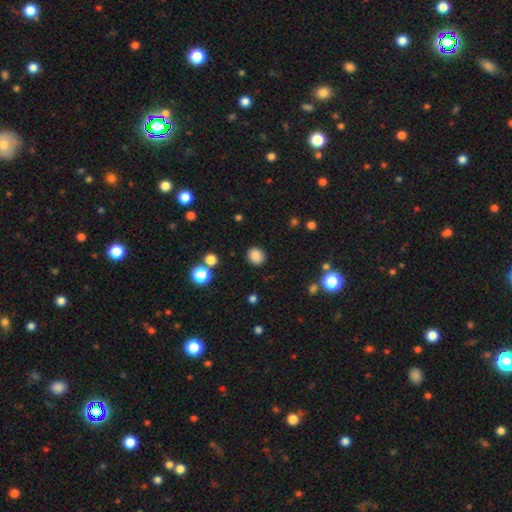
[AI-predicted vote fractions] smooth-or-featured: smooth: 85% | star or artifact: 11% | featured or disk: 4%
  how-rounded: round: 75% | in between: 24% | cigar-shaped: 1%
  merging: none: 88% | minor disturbance: 8% | major disturbance: 3% | merger: 2%